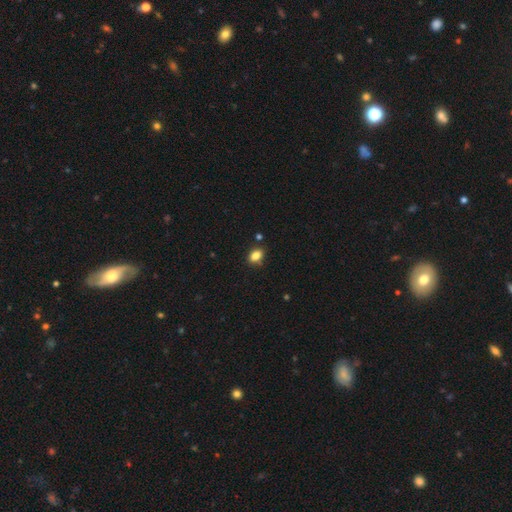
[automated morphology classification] This is clearly a smooth galaxy (85%). How rounded: clearly in between (81%). Merging: clearly none (81%).